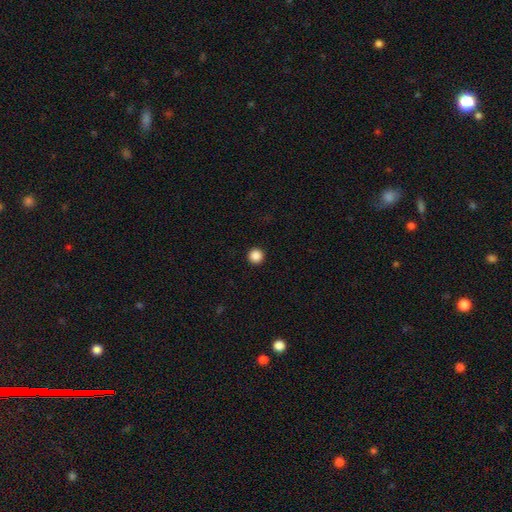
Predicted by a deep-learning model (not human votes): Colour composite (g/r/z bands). It shows a smooth galaxy with no disk features (87%) that is round (97%). Merging: none (94%).